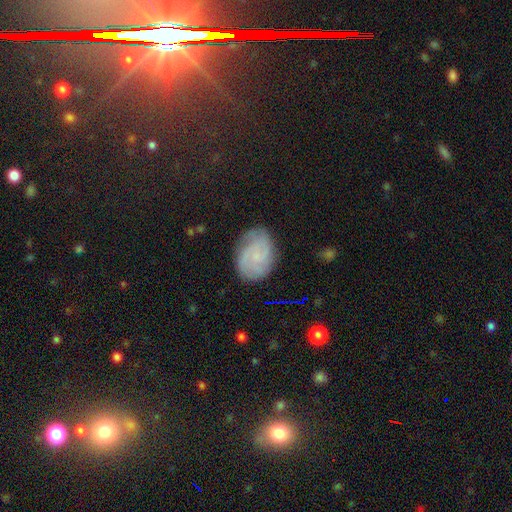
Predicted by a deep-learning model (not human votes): Morphology: type=featured or disk (62%); edge-on=no (98%); bar=no (69%); spiral arms=yes (93%); winding=tight (53%); arm count=can't tell (30%); bulge=small (62%); merging=none (75%).